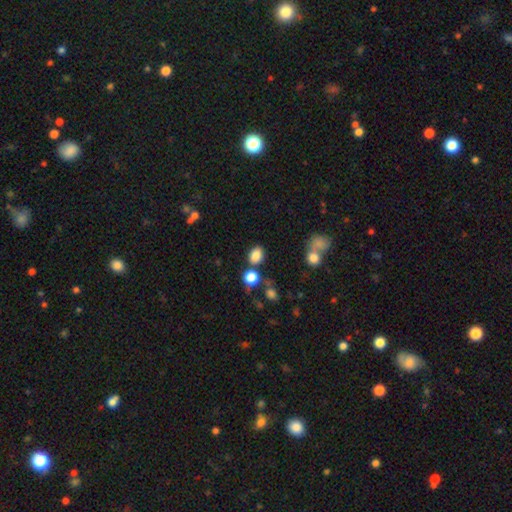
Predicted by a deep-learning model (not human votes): The model was most divided on "how rounded": in between: 60%, round: 39%, cigar-shaped: 1%. More confident: smooth or featured — smooth (83%); merging — none (72%).